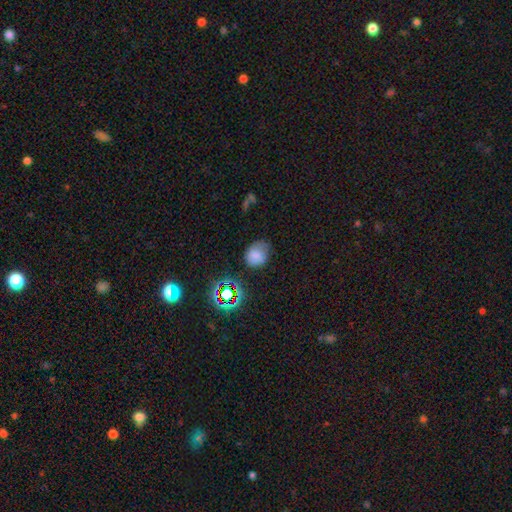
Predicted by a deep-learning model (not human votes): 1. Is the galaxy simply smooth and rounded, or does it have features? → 70% smooth, 17% star or artifact, 13% featured or disk.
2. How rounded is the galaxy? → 56% round, 43% in between, 1% cigar-shaped.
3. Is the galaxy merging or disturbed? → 60% none, 28% minor disturbance, 10% major disturbance, 2% merger.